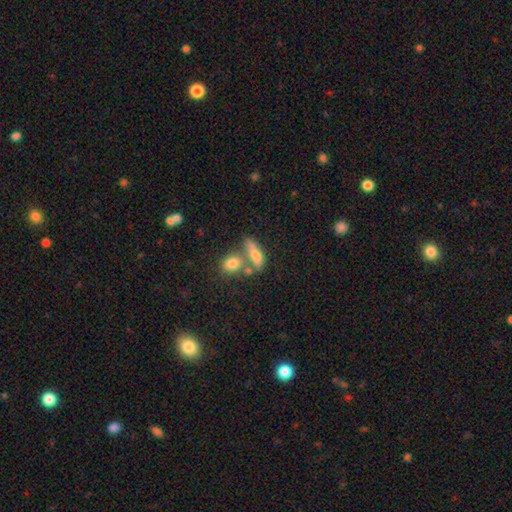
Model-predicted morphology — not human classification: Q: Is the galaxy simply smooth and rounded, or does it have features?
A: smooth — 69%.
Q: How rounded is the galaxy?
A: in between — 50%.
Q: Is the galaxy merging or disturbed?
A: none — 40%.